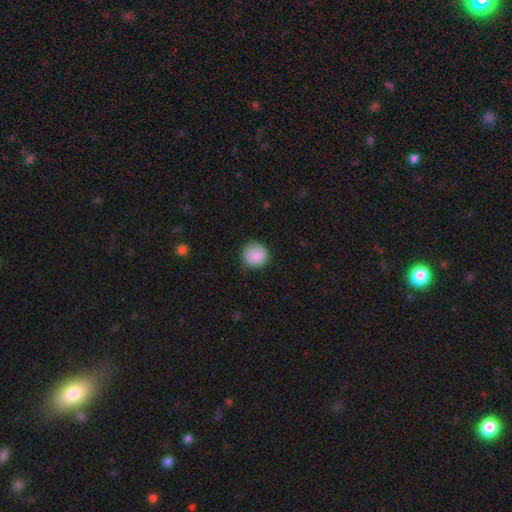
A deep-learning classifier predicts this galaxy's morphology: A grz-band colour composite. It shows a smooth galaxy with no disk features (88%) that is round (89%). Merging: none (78%).